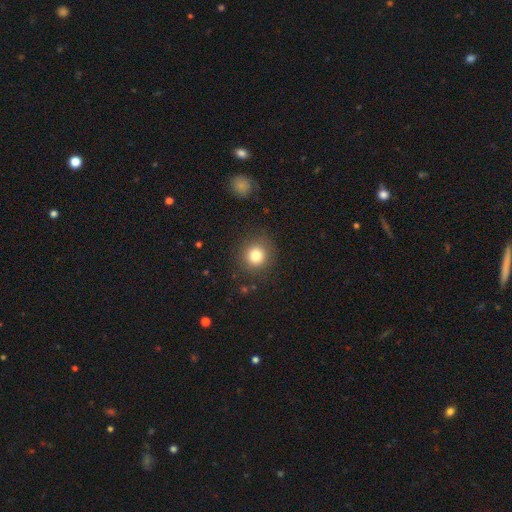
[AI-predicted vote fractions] This is clearly a smooth galaxy (81%). How rounded: clearly round (91%). Merging: clearly none (87%).